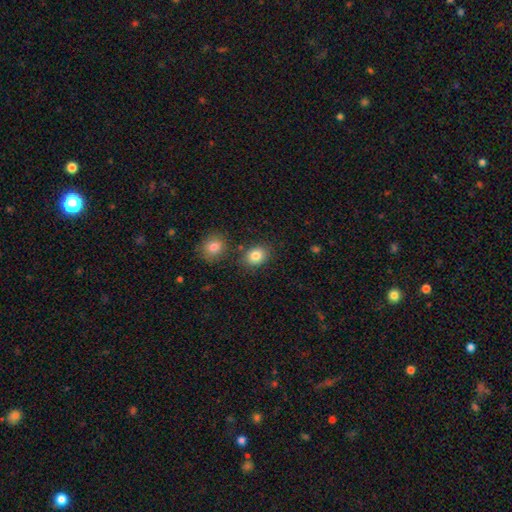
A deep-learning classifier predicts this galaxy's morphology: A smooth galaxy with no disk features (84%) that is round (53%). Merging: none (78%).